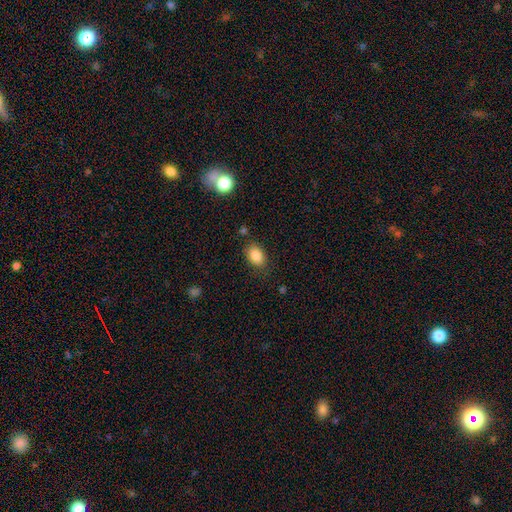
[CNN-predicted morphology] smooth_or_featured: smooth (p=0.86) [alt: star or artifact p=0.09]
how_rounded: in between (p=0.82) [alt: round p=0.16]
merging: none (p=0.81) [alt: minor disturbance p=0.13]